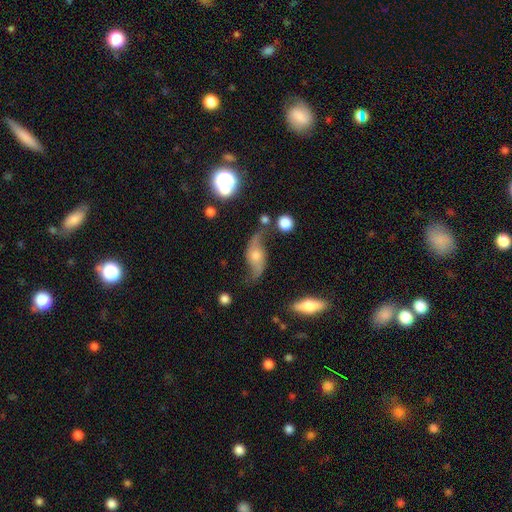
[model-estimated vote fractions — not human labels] smooth_or_featured: featured or disk (p=0.80) [alt: smooth p=0.12]
disk_edge_on: no (p=0.90) [alt: yes p=0.10]
bar: no (p=0.67) [alt: weak p=0.25]
has_spiral_arms: yes (p=0.94) [alt: no p=0.06]
spiral_winding: loose (p=0.89) [alt: medium p=0.08]
spiral_arm_count: 2 (p=0.93) [alt: can't tell p=0.02]
bulge_size: moderate (p=0.55) [alt: small p=0.32]
merging: none (p=0.63) [alt: minor disturbance p=0.22]